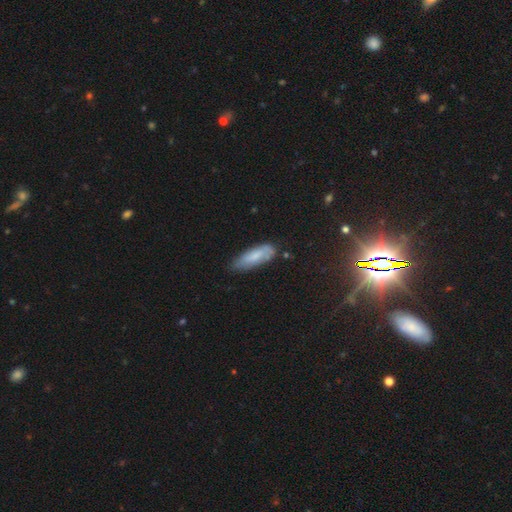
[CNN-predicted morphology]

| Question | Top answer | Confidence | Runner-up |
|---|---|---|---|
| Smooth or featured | smooth | 72% | featured or disk (21%) |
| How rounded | in between | 57% | cigar-shaped (41%) |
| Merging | none | 63% | minor disturbance (28%) |